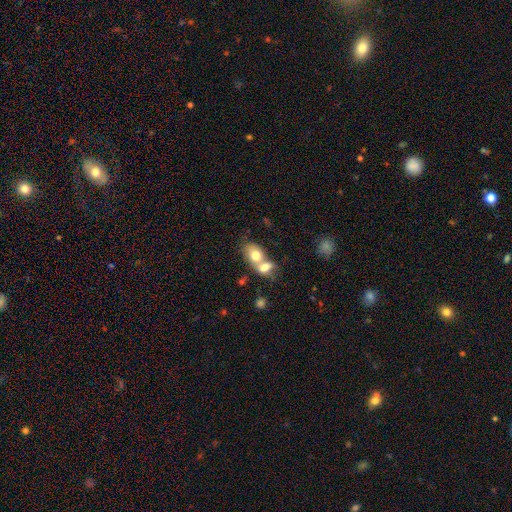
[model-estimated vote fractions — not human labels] The model was most divided on "how rounded": in between: 72%, round: 27%, cigar-shaped: 2%. More confident: smooth or featured — smooth (73%); merging — merger (73%).